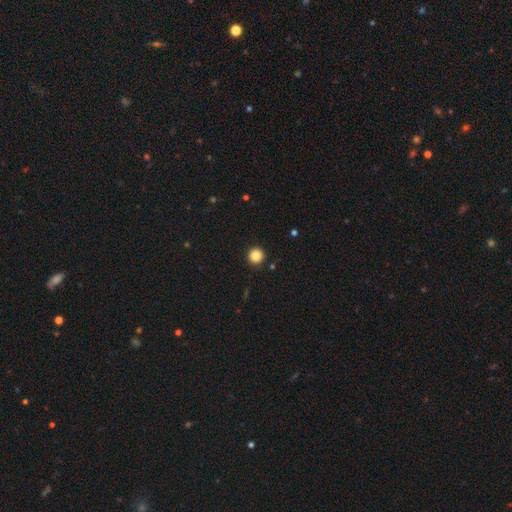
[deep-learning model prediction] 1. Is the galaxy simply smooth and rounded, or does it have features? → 85% smooth, 11% star or artifact, 4% featured or disk.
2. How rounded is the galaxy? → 95% round, 4% in between, 1% cigar-shaped.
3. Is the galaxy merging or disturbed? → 93% none, 4% minor disturbance, 2% major disturbance, 1% merger.